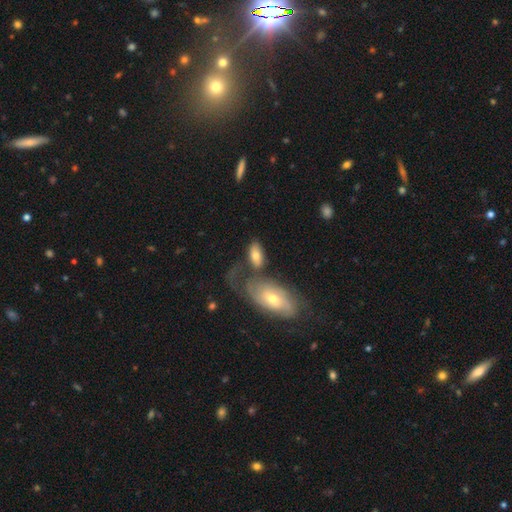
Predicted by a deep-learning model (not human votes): smooth 66%, featured or disk 28%, star or artifact 7%. Down the decision tree: how rounded — in between (90%); merging — none (40%).